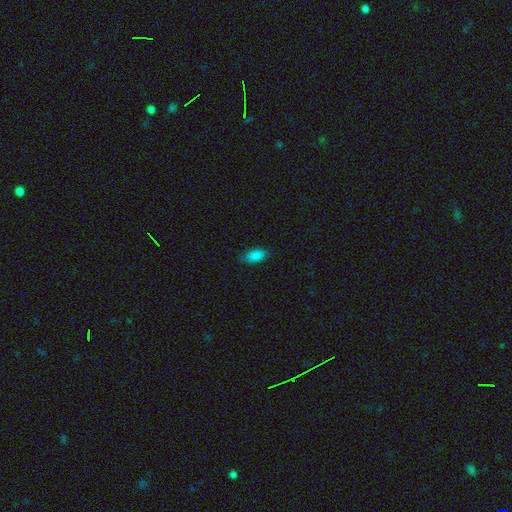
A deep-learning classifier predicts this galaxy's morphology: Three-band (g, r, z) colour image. It shows a smooth galaxy with no disk features (87%) that is in between round and cigar-shaped (91%). Merging: none (79%).